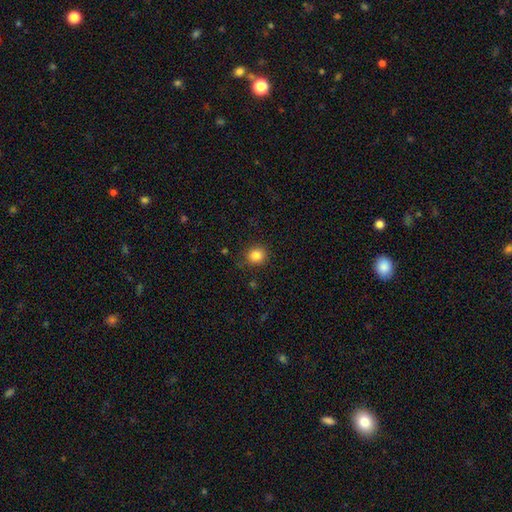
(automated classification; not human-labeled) Smooth or featured? smooth (84%)
How rounded? round (87%)
Merging? none (85%)